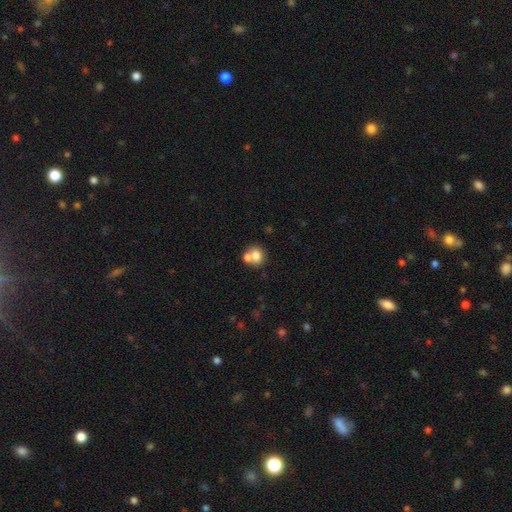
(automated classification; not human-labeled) The model was most divided on "merging": merger: 49%, none: 39%, minor disturbance: 8%, major disturbance: 4%. More confident: smooth or featured — smooth (75%); how rounded — round (62%).